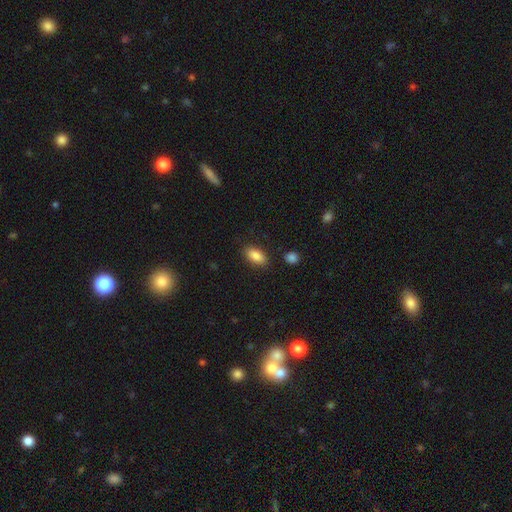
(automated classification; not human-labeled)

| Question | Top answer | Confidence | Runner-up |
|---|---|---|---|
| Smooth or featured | smooth | 87% | star or artifact (7%) |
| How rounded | in between | 90% | cigar-shaped (6%) |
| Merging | none | 85% | minor disturbance (10%) |